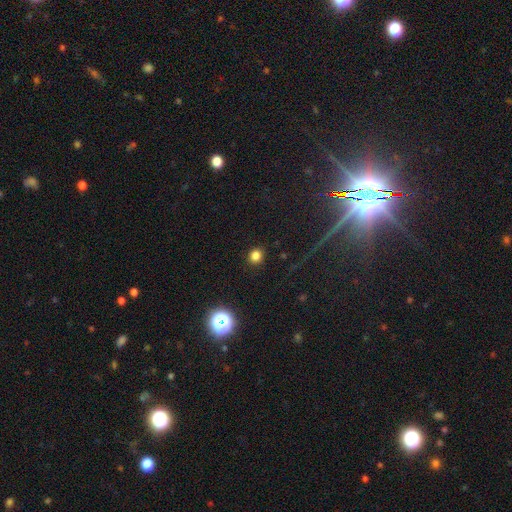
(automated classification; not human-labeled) This appears to be a smooth galaxy with no disk features (79%) that is round (83%). Merging: none (90%).